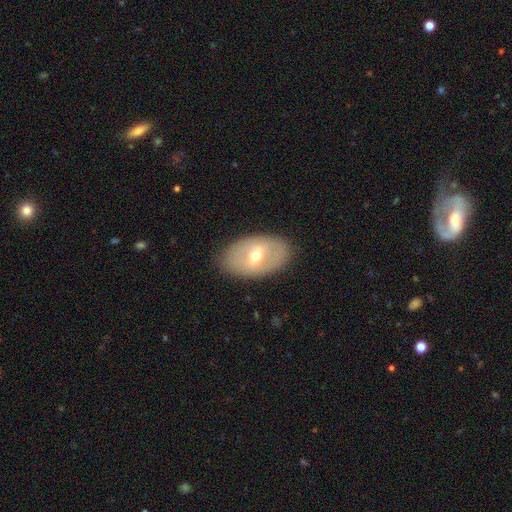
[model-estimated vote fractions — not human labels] Smooth or featured: featured or disk — 49% (smooth — 44%)
Merging: none — 84% (minor disturbance — 11%)